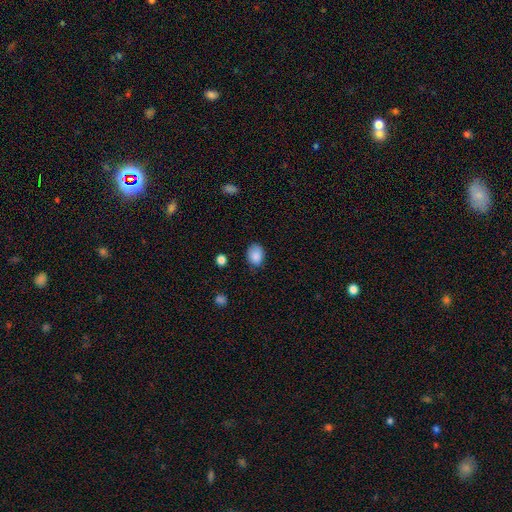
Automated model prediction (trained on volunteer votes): Smooth or featured?
  - smooth: 86% *
  - star or artifact: 8%
  - featured or disk: 5%
How rounded?
  - in between: 68% *
  - round: 31%
  - cigar-shaped: 1%
Merging?
  - none: 70% *
  - minor disturbance: 24%
  - major disturbance: 4%
  - merger: 2%